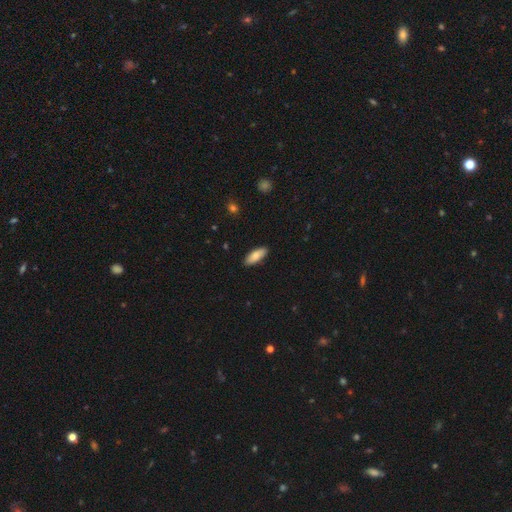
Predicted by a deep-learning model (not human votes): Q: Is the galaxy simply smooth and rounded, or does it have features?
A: smooth — 82%.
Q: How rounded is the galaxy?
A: in between — 71%.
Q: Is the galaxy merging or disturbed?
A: none — 89%.